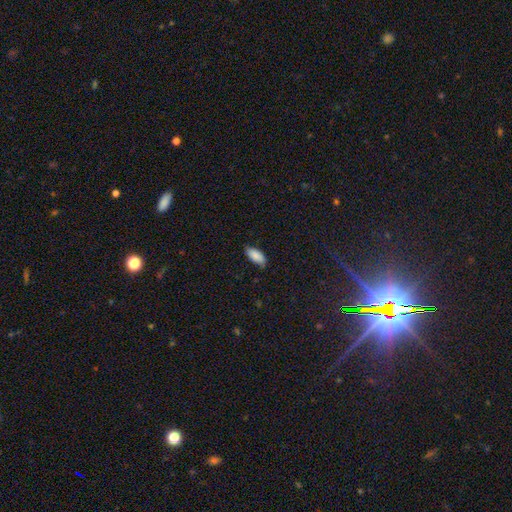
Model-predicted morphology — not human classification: smooth-or-featured: smooth: 89% | star or artifact: 6% | featured or disk: 5%
  how-rounded: in between: 89% | cigar-shaped: 10% | round: 2%
  merging: none: 82% | minor disturbance: 15% | major disturbance: 2% | merger: 1%